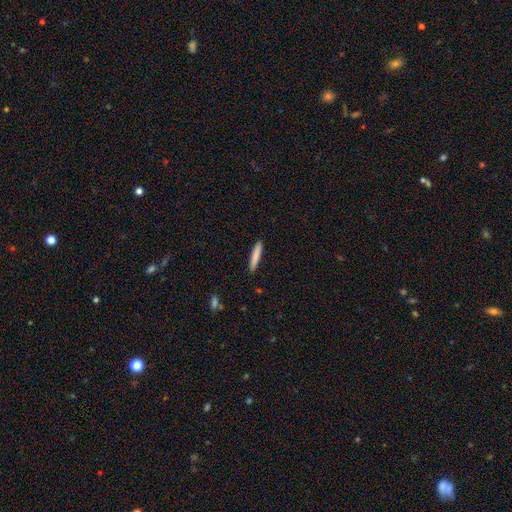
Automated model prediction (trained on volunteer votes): smooth 83%, featured or disk 12%, star or artifact 6%. Down the decision tree: how rounded — cigar-shaped (92%); merging — none (91%).